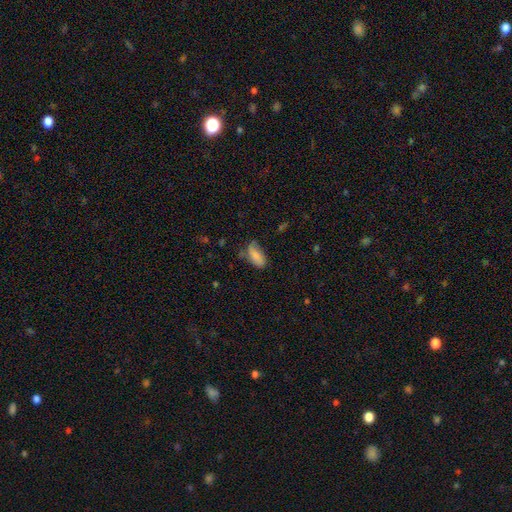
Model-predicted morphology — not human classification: The model was most divided on "merging": none: 54%, minor disturbance: 32%, major disturbance: 11%, merger: 4%. More confident: how rounded — in between (88%); smooth or featured — smooth (79%).